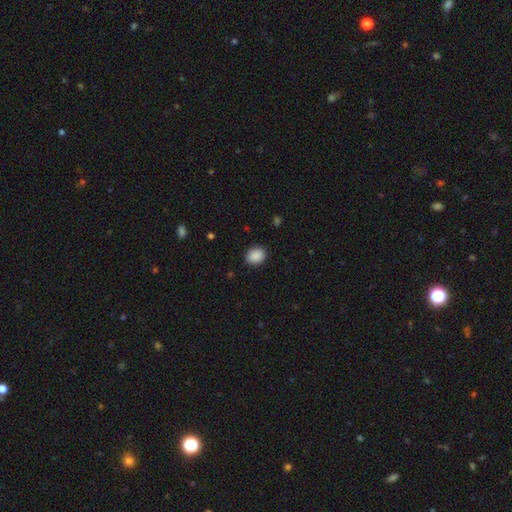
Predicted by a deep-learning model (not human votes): Smooth or featured? smooth (89%)
How rounded? in between (54%)
Merging? none (88%)